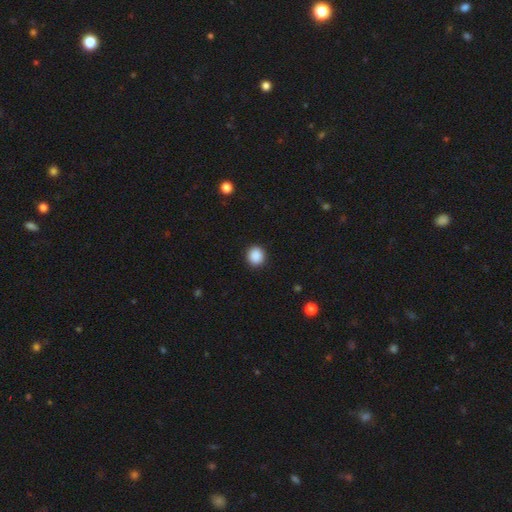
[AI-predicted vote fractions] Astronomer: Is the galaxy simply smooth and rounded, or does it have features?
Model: smooth — 89%.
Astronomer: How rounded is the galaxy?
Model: round — 85%.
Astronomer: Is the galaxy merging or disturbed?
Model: none — 92%.